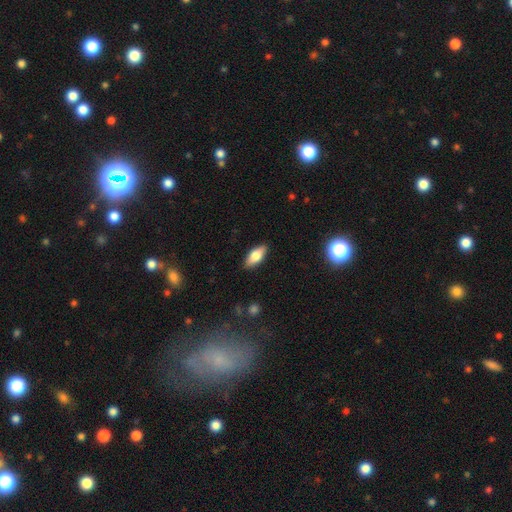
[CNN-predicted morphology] type=smooth (70%); roundness=in between (82%); merging=none (88%).